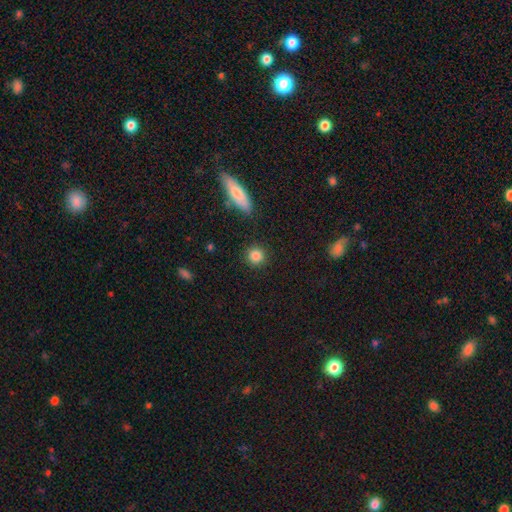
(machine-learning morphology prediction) The model was most divided on "smooth or featured": smooth: 85%, star or artifact: 10%, featured or disk: 5%. More confident: how rounded — round (91%); merging — none (89%).